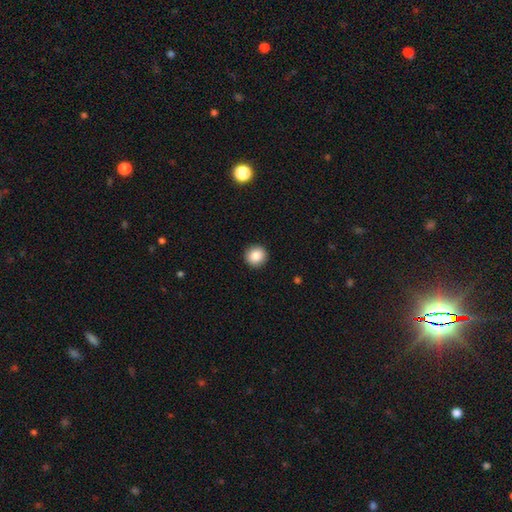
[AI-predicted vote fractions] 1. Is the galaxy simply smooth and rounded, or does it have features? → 85% smooth, 9% star or artifact, 6% featured or disk.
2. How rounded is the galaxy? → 94% round, 5% in between, 1% cigar-shaped.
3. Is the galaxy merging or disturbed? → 93% none, 5% minor disturbance, 2% major disturbance, 1% merger.